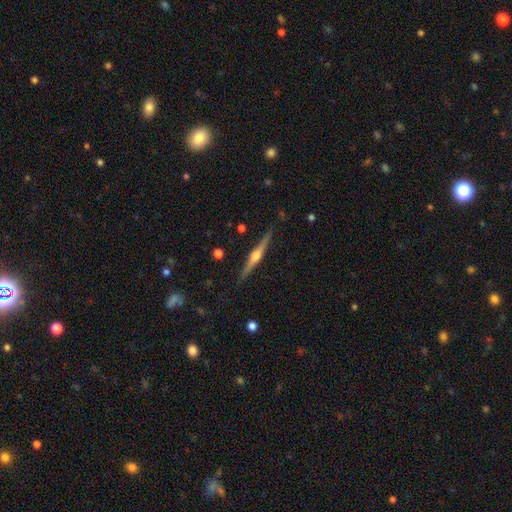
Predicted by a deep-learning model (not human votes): Smooth or featured? featured or disk (80%)
Edge-on disk? yes (98%)
Edge-on bulge? rounded (92%)
Merging? none (89%)